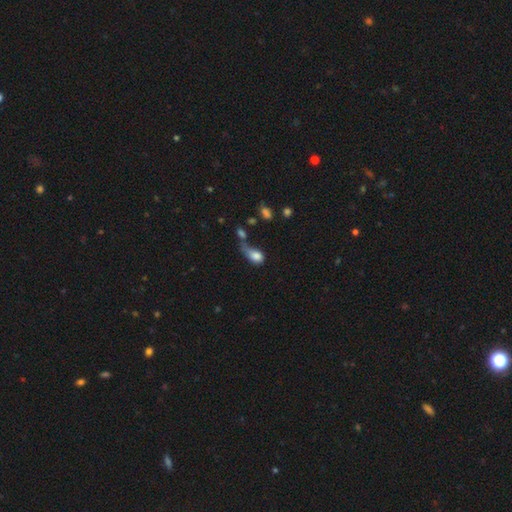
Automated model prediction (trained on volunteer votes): A smooth galaxy with no disk features (78%) that is in between round and cigar-shaped (77%). Merging: major disturbance (33%).